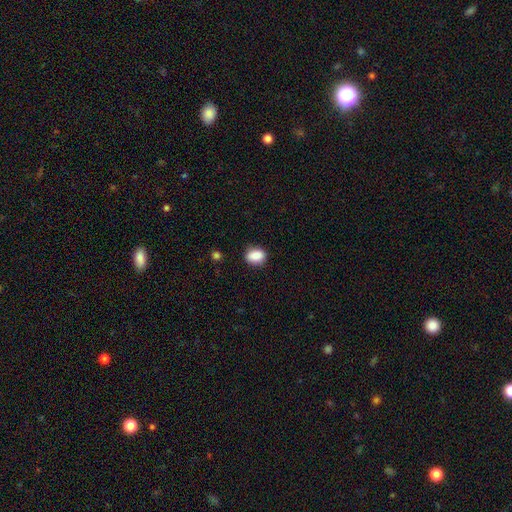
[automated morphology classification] This appears to be a smooth galaxy with no disk features (88%) that is in between round and cigar-shaped (69%). Merging: none (83%).